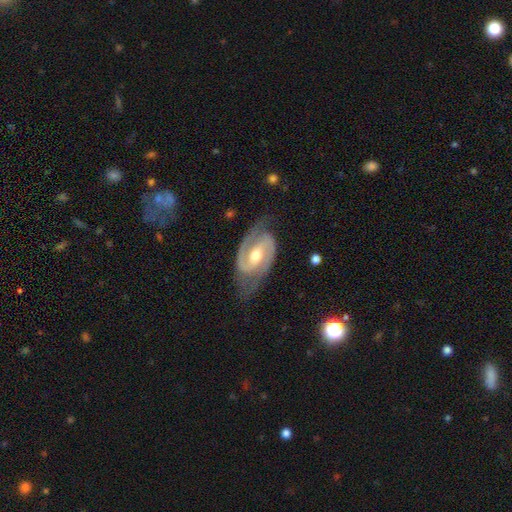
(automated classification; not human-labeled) smooth-or-featured: featured or disk: 91% | smooth: 5% | star or artifact: 4%
  disk-edge-on: no: 97% | yes: 3%
    bar: weak: 43% | strong: 29% | no: 29%
    has-spiral-arms: yes: 98% | no: 2%
      spiral-winding: medium: 53% | tight: 35% | loose: 13%
      spiral-arm-count: 2: 93% | can't tell: 2% | 1: 1% | 3: 1% | 4: 1% | more than 4: 1%
    bulge-size: moderate: 72% | small: 21% | large: 5% | none: 1% | dominant: 1%
  merging: none: 75% | minor disturbance: 18% | major disturbance: 6% | merger: 1%